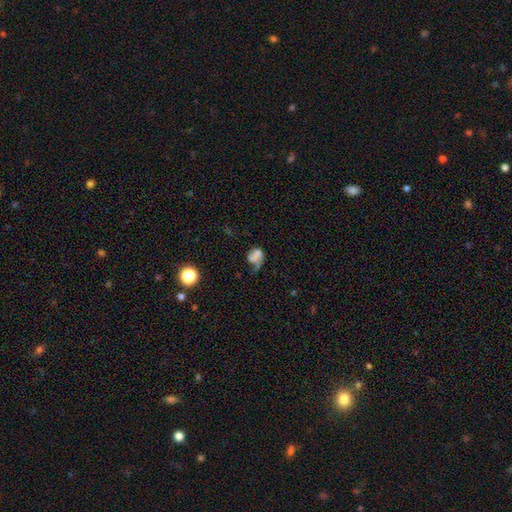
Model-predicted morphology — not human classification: Smooth or featured? smooth (55%)
How rounded? in between (63%)
Merging? major disturbance (42%)